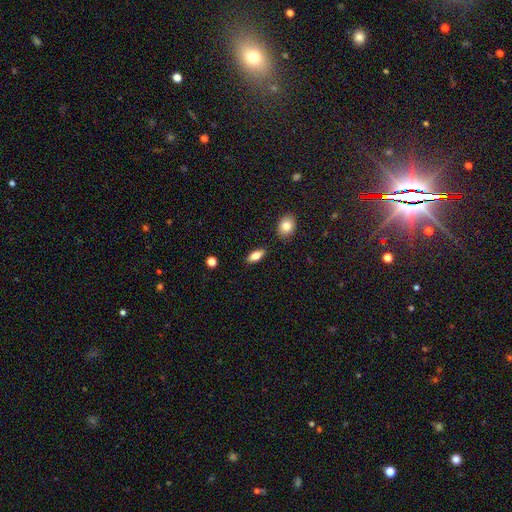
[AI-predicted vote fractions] Smooth or featured: smooth — 73% (featured or disk — 20%)
How rounded: in between — 81% (cigar-shaped — 16%)
Merging: none — 87% (minor disturbance — 9%)